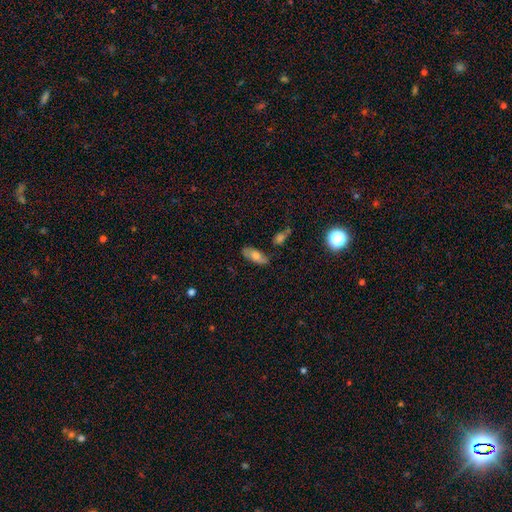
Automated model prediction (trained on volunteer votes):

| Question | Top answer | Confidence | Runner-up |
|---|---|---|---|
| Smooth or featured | smooth | 62% | featured or disk (29%) |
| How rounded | in between | 81% | cigar-shaped (15%) |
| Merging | none | 74% | minor disturbance (18%) |